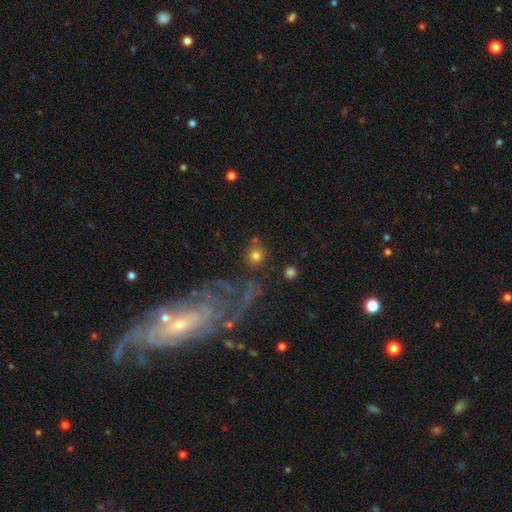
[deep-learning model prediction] Q: Smooth or featured?
A: smooth (76%); runner-up: featured or disk (13%)
Q: How rounded?
A: round (92%); runner-up: in between (7%)
Q: Merging?
A: none (80%); runner-up: minor disturbance (8%)